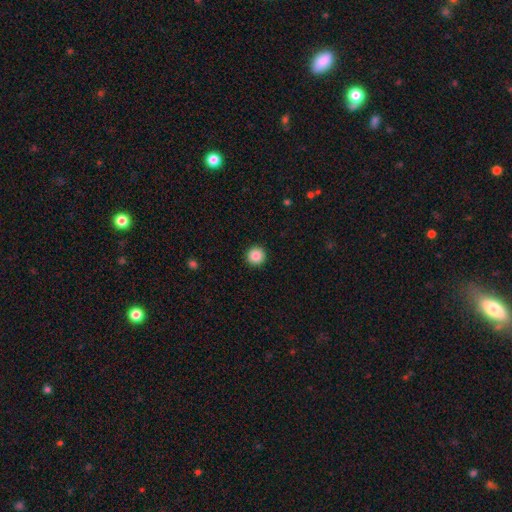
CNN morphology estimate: smooth-or-featured: smooth: 87% | star or artifact: 9% | featured or disk: 4%
  how-rounded: round: 96% | in between: 3% | cigar-shaped: 1%
  merging: none: 94% | minor disturbance: 4% | major disturbance: 1% | merger: 1%